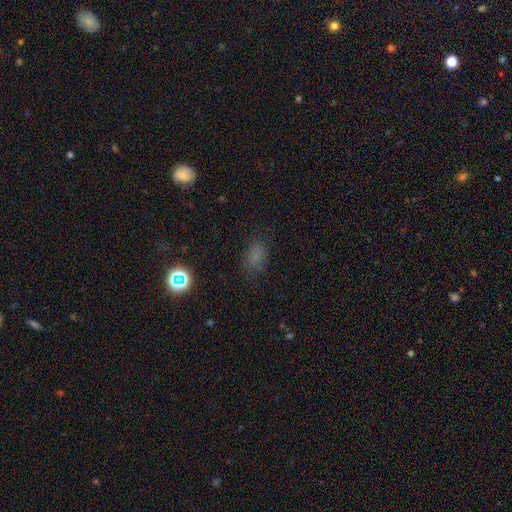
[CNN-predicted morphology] Smooth or featured? Predicted: smooth (p=0.68). How rounded? Predicted: in between (p=0.77). Merging? Predicted: none (p=0.75).